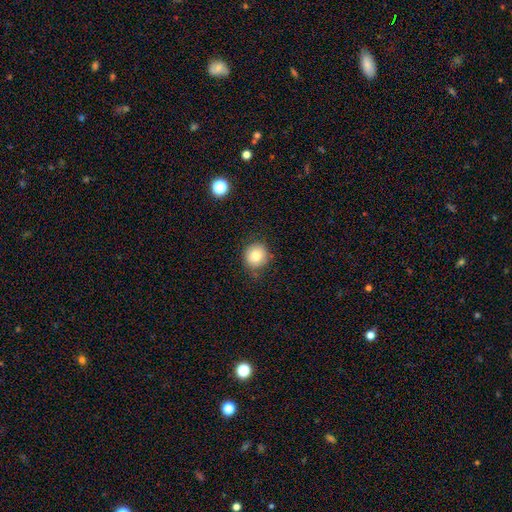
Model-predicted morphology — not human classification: This appears to be a smooth galaxy with no disk features (80%) that is round (87%). Merging: none (83%).